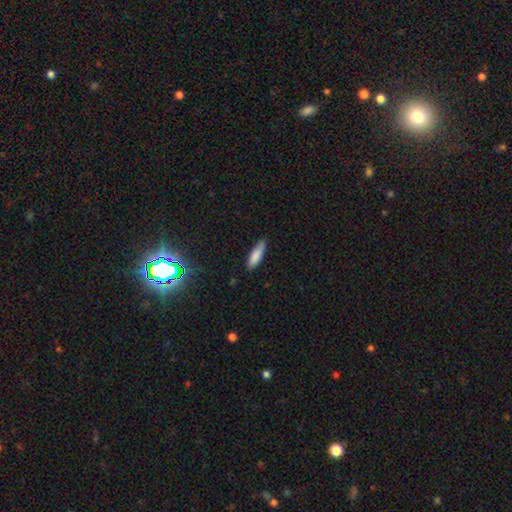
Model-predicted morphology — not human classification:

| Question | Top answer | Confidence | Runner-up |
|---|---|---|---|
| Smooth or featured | smooth | 84% | featured or disk (9%) |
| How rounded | cigar-shaped | 57% | in between (41%) |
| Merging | none | 78% | minor disturbance (18%) |